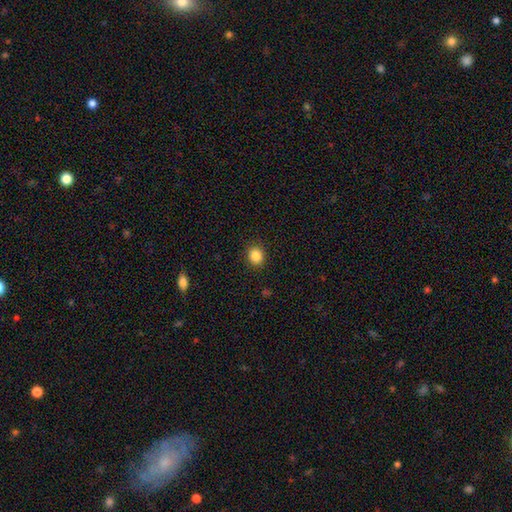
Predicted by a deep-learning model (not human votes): Smooth or featured? smooth (86%)
How rounded? round (74%)
Merging? none (90%)